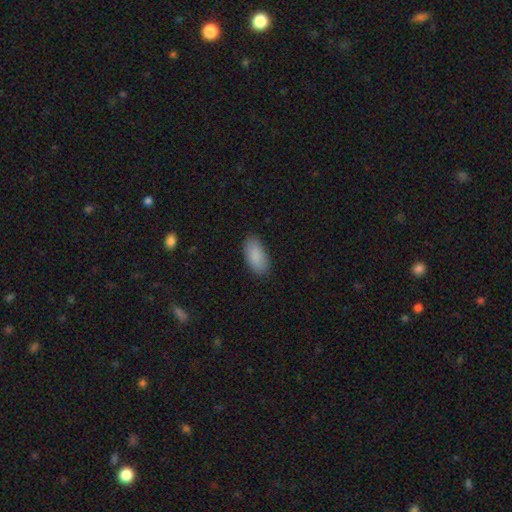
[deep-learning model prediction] Smooth or featured? smooth (89%)
How rounded? in between (92%)
Merging? none (86%)